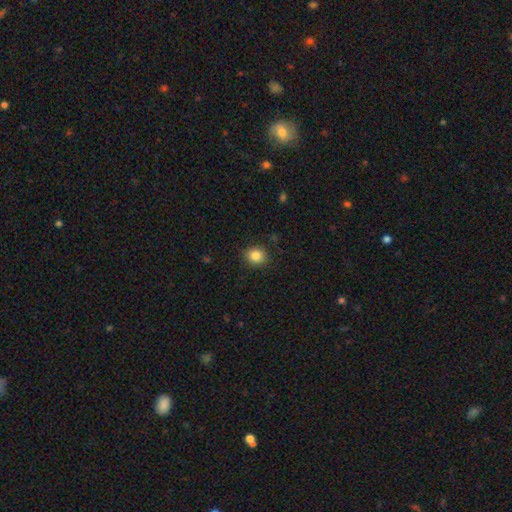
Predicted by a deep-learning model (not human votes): smooth 84%, star or artifact 10%, featured or disk 5%. Down the decision tree: how rounded — round (75%); merging — none (87%).